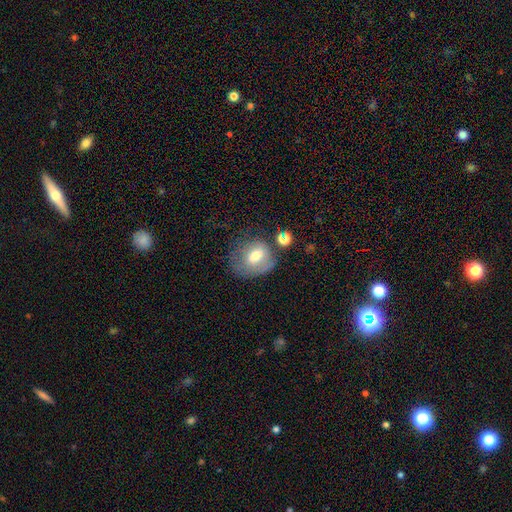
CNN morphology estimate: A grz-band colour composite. It shows a smooth galaxy with no disk features (62%) that is round (58%). Merging: none (46%).